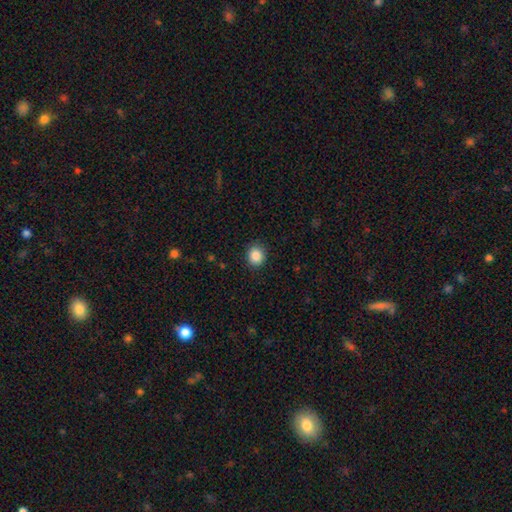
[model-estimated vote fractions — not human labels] Smooth or featured? Predicted: smooth (p=0.87). How rounded? Predicted: round (p=0.77). Merging? Predicted: none (p=0.90).